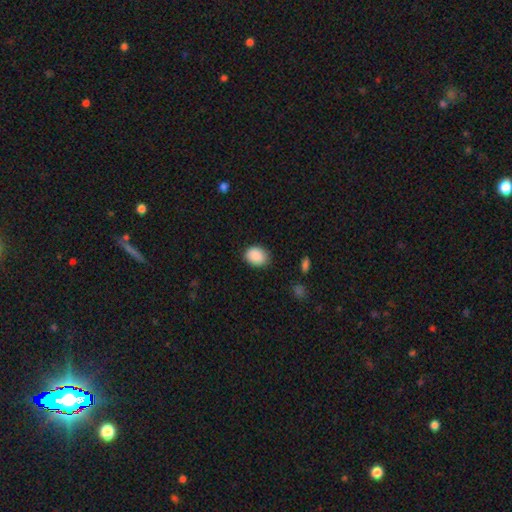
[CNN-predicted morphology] Overall: smooth (88%). How rounded: in between (54%; round 45%). Merging: none (84%).